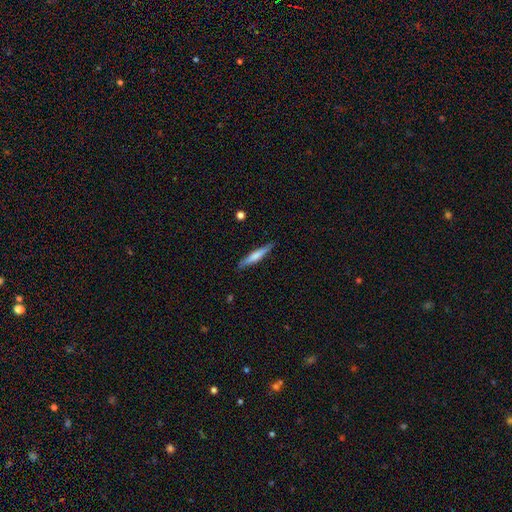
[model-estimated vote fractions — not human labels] Smooth or featured? Predicted: smooth (p=0.55). How rounded? Predicted: cigar-shaped (p=0.92). Merging? Predicted: none (p=0.87).